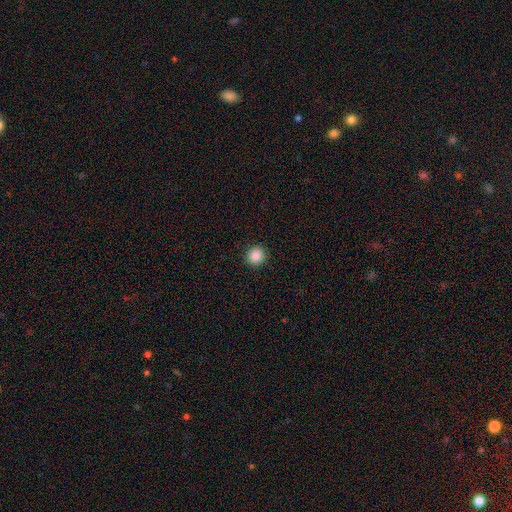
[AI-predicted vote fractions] A smooth galaxy with no disk features (88%) that is round (92%). Merging: none (93%).